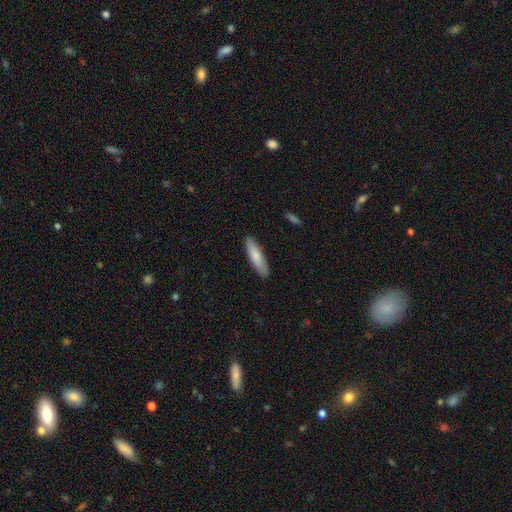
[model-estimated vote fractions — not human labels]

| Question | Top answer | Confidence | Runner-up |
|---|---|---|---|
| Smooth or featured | smooth | 75% | featured or disk (19%) |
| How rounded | cigar-shaped | 75% | in between (24%) |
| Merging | none | 88% | minor disturbance (9%) |